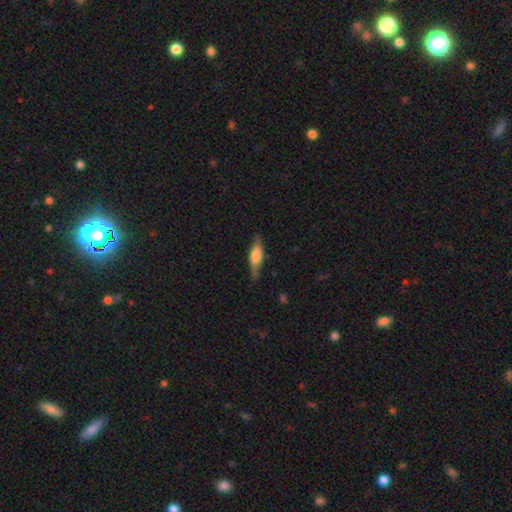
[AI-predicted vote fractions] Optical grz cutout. It shows a smooth galaxy with no disk features (57%) that is in between round and cigar-shaped (51%). Merging: none (74%).